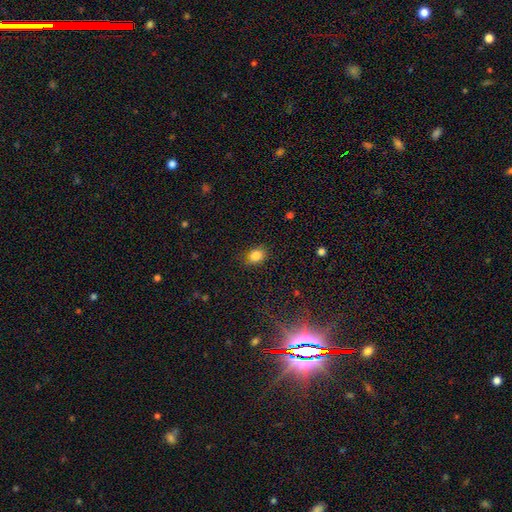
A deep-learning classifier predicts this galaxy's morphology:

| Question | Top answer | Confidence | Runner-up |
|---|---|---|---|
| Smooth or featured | smooth | 84% | star or artifact (11%) |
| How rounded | in between | 62% | round (37%) |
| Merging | none | 80% | minor disturbance (15%) |